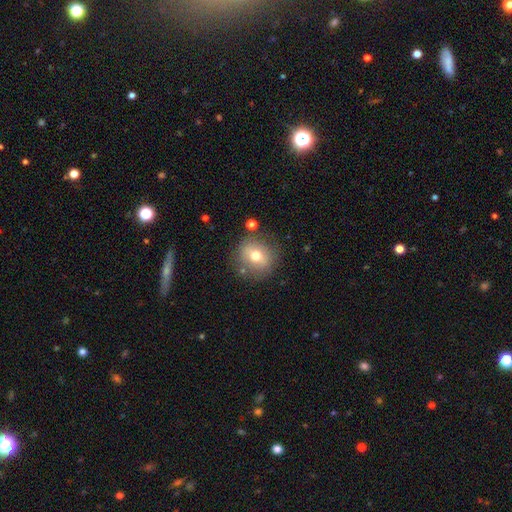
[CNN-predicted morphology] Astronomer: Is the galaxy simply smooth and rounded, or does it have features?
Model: smooth — 64%.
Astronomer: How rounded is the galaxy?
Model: round — 83%.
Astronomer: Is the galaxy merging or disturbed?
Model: none — 78%.